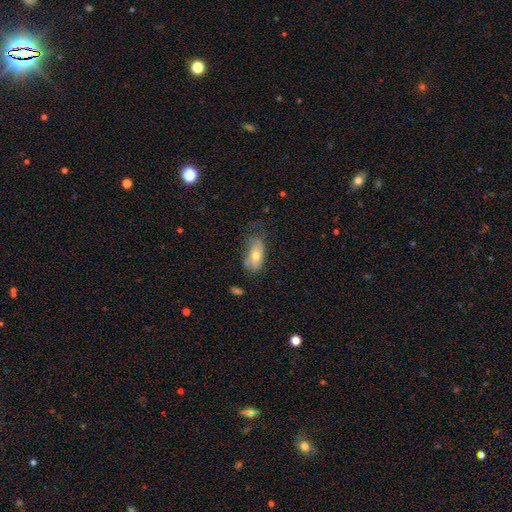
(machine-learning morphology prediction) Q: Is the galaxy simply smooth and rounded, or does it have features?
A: smooth — 58%.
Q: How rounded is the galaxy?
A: in between — 87%.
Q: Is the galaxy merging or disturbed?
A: none — 43%.